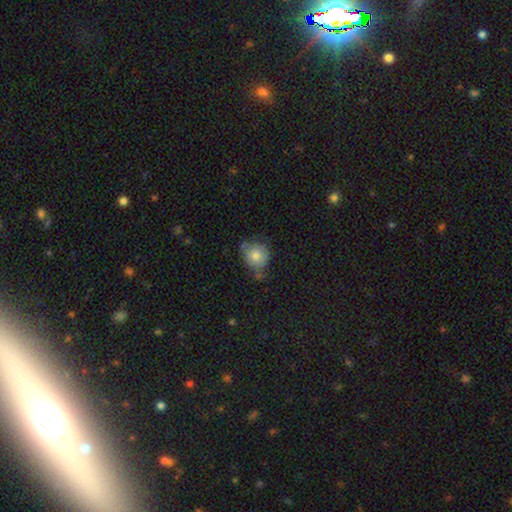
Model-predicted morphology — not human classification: type=smooth (77%); roundness=round (75%); merging=none (51%).